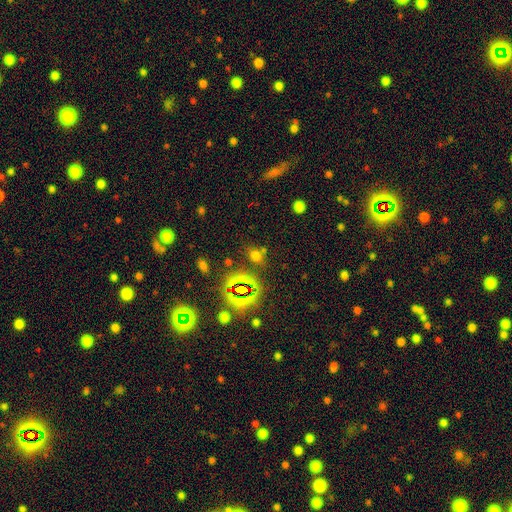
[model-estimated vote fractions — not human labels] Smooth or featured? smooth (49%)
Merging? none (72%)